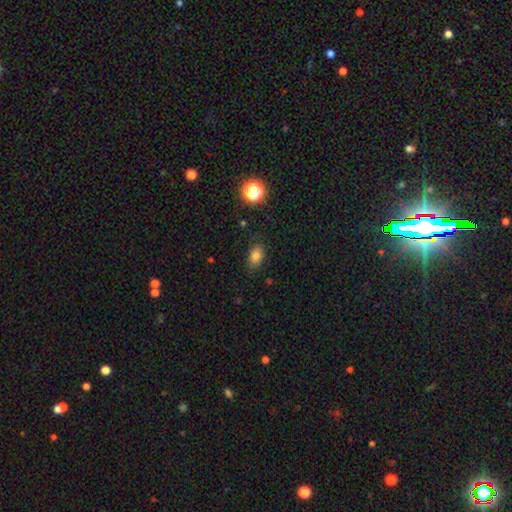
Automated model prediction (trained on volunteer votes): Overall: smooth (81%). How rounded: in between (83%). Merging: none (80%).